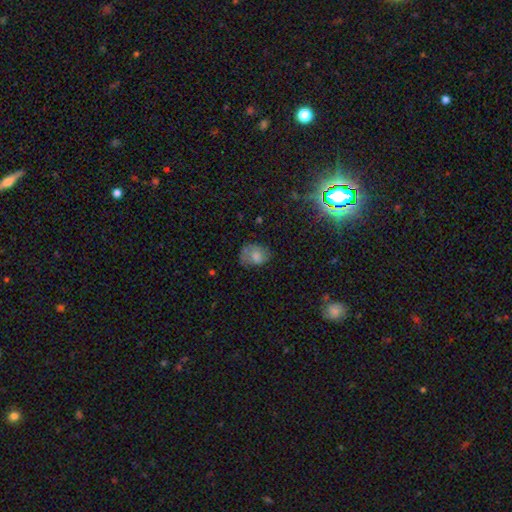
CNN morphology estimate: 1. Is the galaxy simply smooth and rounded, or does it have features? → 68% smooth, 20% featured or disk, 11% star or artifact.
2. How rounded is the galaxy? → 59% in between, 40% round, 1% cigar-shaped.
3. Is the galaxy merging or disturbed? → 49% none, 31% minor disturbance, 18% major disturbance, 3% merger.